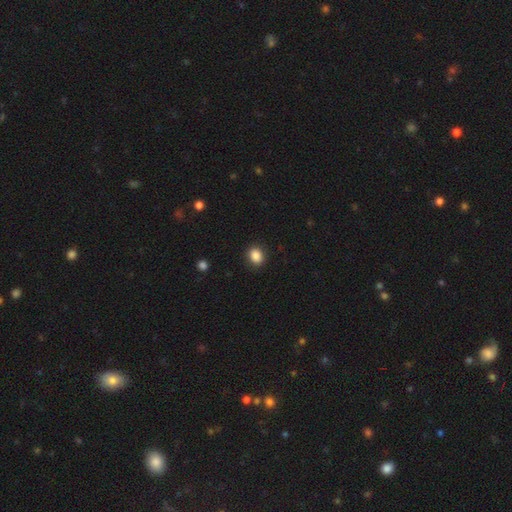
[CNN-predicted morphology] smooth-or-featured: smooth: 88% | star or artifact: 9% | featured or disk: 3%
  how-rounded: round: 53% | in between: 46% | cigar-shaped: 1%
  merging: none: 89% | minor disturbance: 8% | major disturbance: 2% | merger: 1%